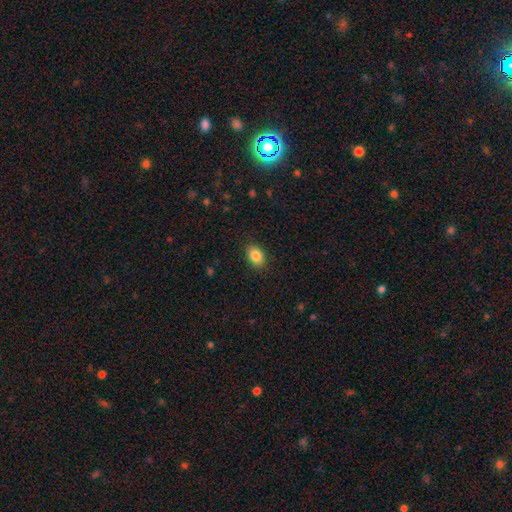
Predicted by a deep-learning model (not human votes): Smooth or featured? smooth (86%)
How rounded? in between (83%)
Merging? none (88%)